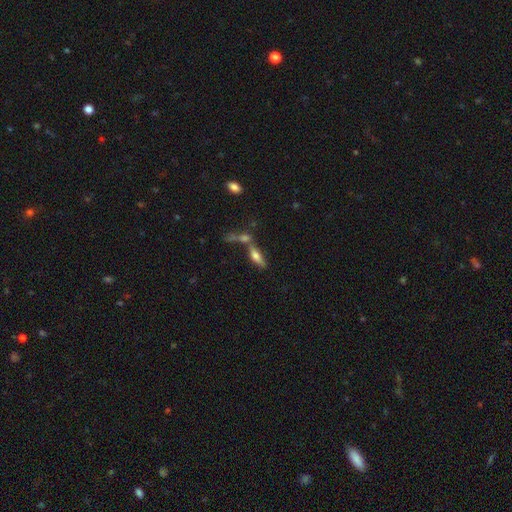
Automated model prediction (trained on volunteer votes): Smooth or featured: smooth — 53% (featured or disk — 38%)
How rounded: cigar-shaped — 52% (in between — 44%)
Merging: none — 41% (merger — 40%)